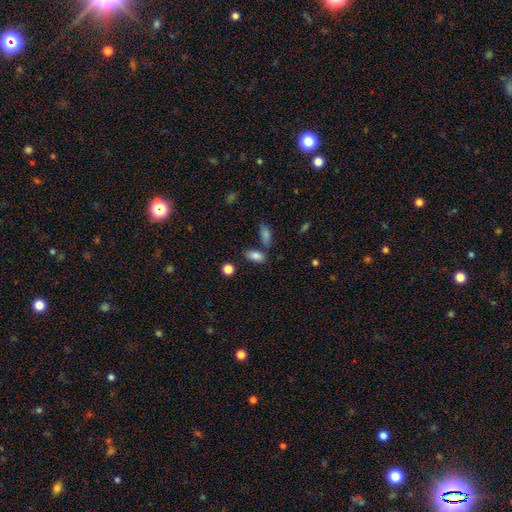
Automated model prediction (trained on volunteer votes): Smooth or featured? Predicted: smooth (p=0.84). How rounded? Predicted: in between (p=0.90). Merging? Predicted: none (p=0.73).